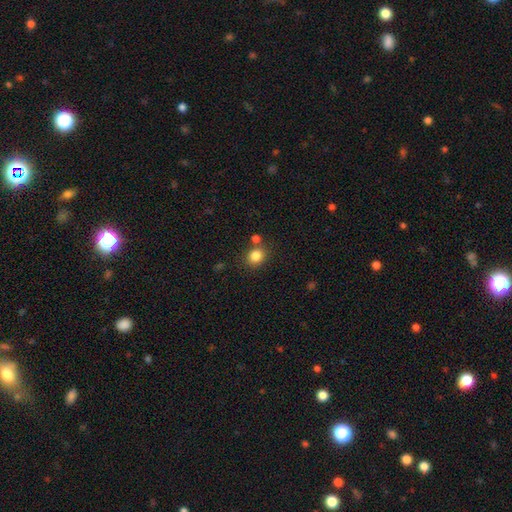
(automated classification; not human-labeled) Q: Smooth or featured?
A: smooth (84%); runner-up: star or artifact (11%)
Q: How rounded?
A: round (73%); runner-up: in between (26%)
Q: Merging?
A: none (75%); runner-up: merger (12%)